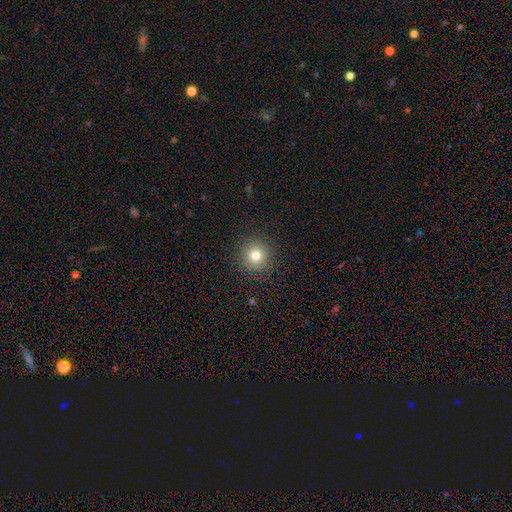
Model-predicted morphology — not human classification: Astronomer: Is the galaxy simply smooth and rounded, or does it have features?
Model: smooth — 78%.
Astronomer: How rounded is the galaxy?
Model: round — 95%.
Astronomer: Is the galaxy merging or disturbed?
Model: none — 91%.